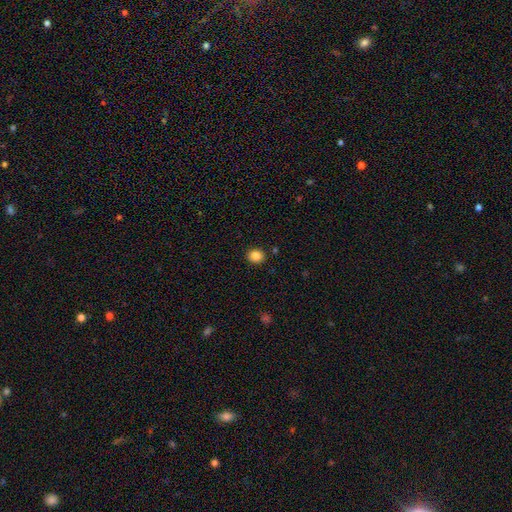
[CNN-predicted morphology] Smooth or featured? Predicted: smooth (p=0.85). How rounded? Predicted: round (p=0.73). Merging? Predicted: none (p=0.90).